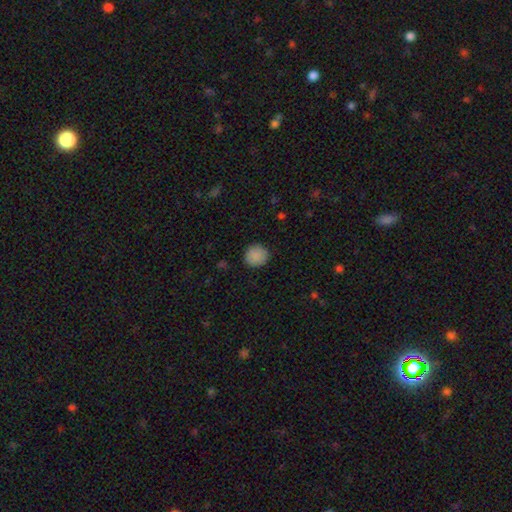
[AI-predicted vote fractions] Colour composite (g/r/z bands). It shows a smooth galaxy with no disk features (89%) that is round (90%). Merging: none (90%).